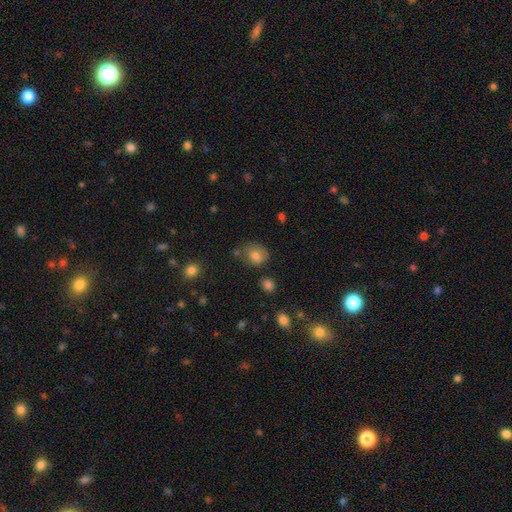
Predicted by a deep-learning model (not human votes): Q: Smooth or featured?
A: smooth (79%); runner-up: star or artifact (12%)
Q: How rounded?
A: round (56%); runner-up: in between (43%)
Q: Merging?
A: none (64%); runner-up: minor disturbance (23%)